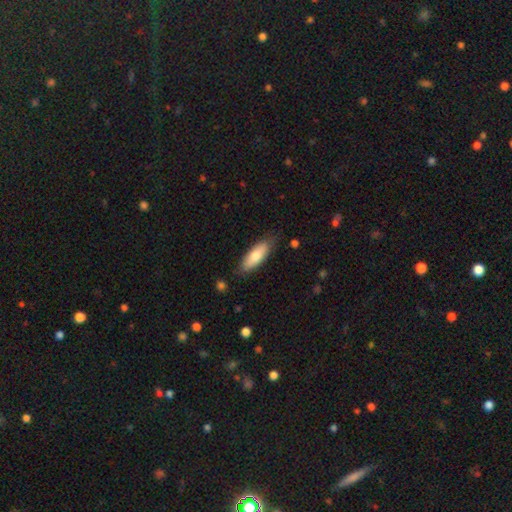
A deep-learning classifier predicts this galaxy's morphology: type=smooth (74%); roundness=in between (63%); merging=none (82%).